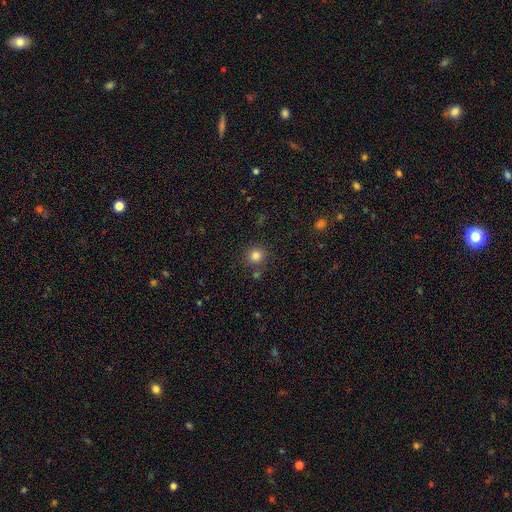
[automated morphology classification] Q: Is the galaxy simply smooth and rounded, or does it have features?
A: smooth — 81%.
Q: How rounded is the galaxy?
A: round — 92%.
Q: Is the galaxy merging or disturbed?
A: none — 82%.